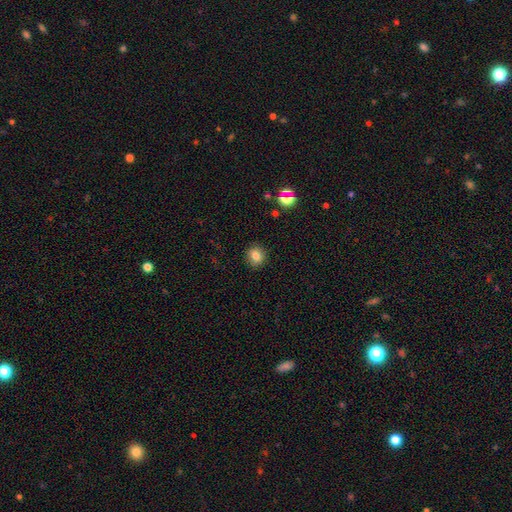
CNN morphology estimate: A smooth galaxy with no disk features (81%) that is round (85%).

Vote fractions:
- Smooth or featured? smooth: 81% / star or artifact: 12% / featured or disk: 7%
- How rounded? round: 85% / in between: 14% / cigar-shaped: 1%
- Merging? none: 90% / minor disturbance: 7% / major disturbance: 2% / merger: 1%